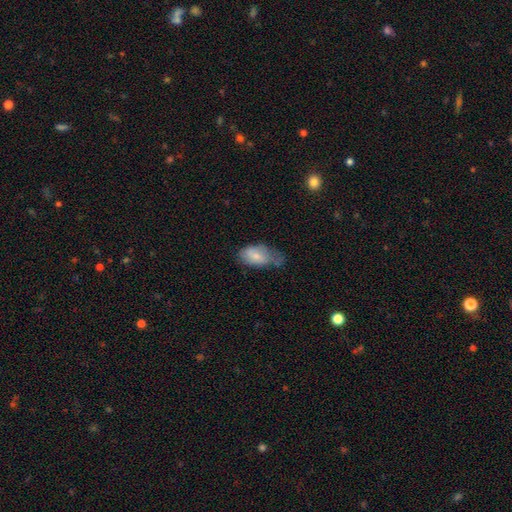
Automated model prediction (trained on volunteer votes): Q: Smooth or featured?
A: smooth (75%); runner-up: featured or disk (18%)
Q: How rounded?
A: in between (93%); runner-up: round (4%)
Q: Merging?
A: minor disturbance (42%); runner-up: none (29%)